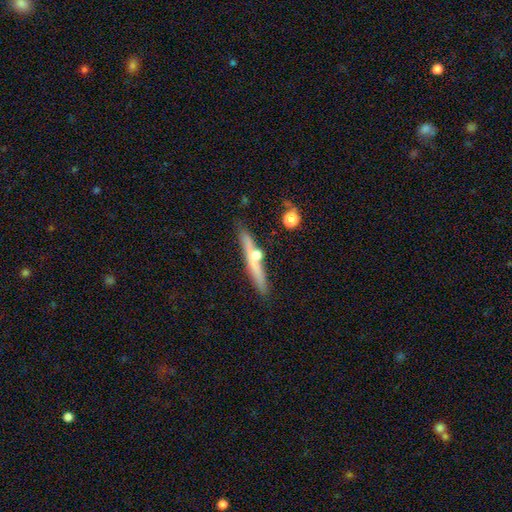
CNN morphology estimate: Smooth or featured? Predicted: featured or disk (p=0.50). Edge-on disk? Predicted: yes (p=0.91). Merging? Predicted: none (p=0.75).